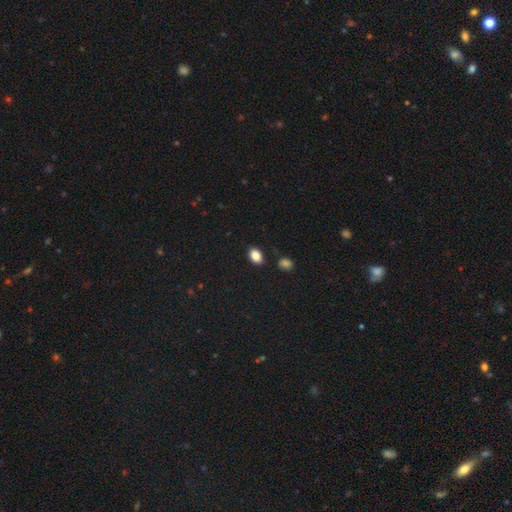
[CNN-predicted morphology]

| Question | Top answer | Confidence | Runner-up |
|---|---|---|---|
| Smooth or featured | smooth | 85% | star or artifact (9%) |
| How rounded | in between | 82% | round (16%) |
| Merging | none | 83% | minor disturbance (11%) |